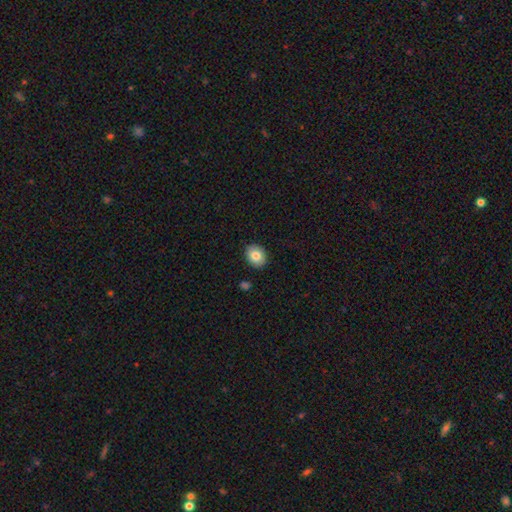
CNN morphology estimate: Q: Smooth or featured?
A: smooth (80%); runner-up: featured or disk (11%)
Q: How rounded?
A: in between (50%); runner-up: round (49%)
Q: Merging?
A: none (89%); runner-up: minor disturbance (8%)